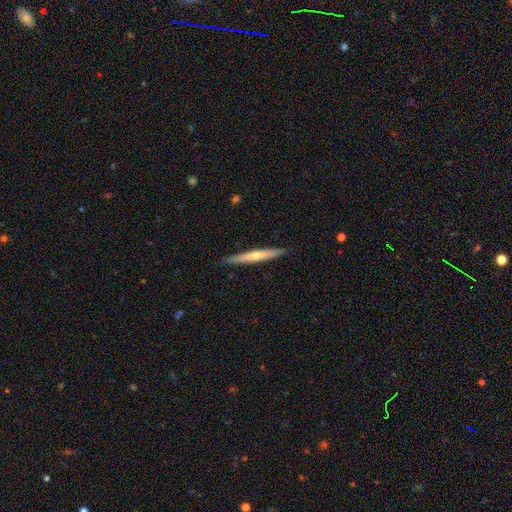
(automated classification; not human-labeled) Smooth or featured? Predicted: featured or disk (p=0.49). Merging? Predicted: none (p=0.90).